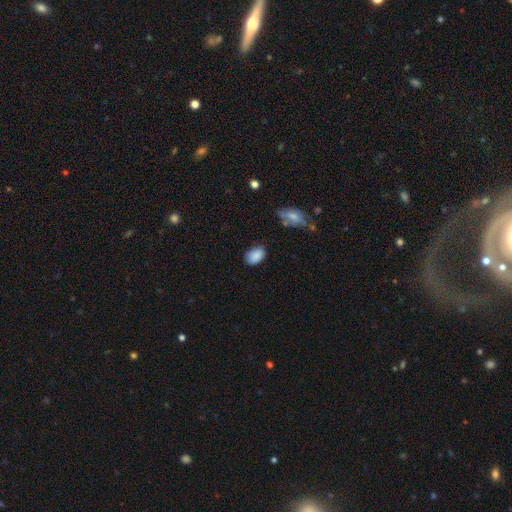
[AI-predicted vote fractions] Morphology: type=smooth (87%); roundness=in between (87%); merging=none (72%).